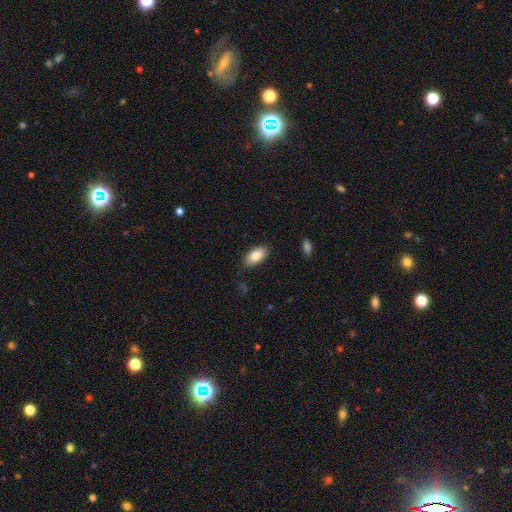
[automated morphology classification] Smooth or featured?
  - smooth: 86% *
  - featured or disk: 8%
  - star or artifact: 7%
How rounded?
  - in between: 93% *
  - cigar-shaped: 5%
  - round: 3%
Merging?
  - none: 84% *
  - minor disturbance: 12%
  - major disturbance: 3%
  - merger: 1%